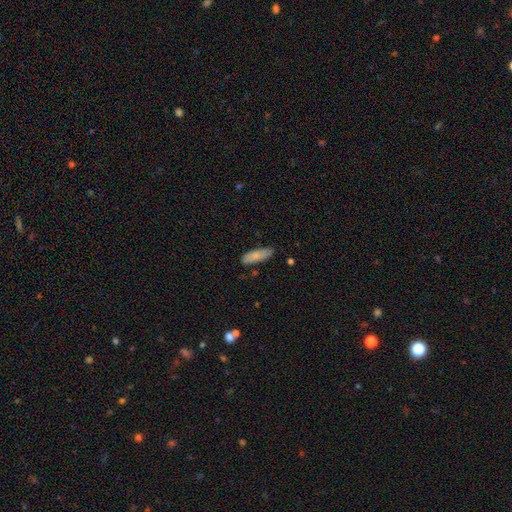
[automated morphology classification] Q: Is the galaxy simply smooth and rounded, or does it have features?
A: smooth — 82%.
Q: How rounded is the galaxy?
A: in between — 53%.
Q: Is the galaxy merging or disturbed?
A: none — 77%.